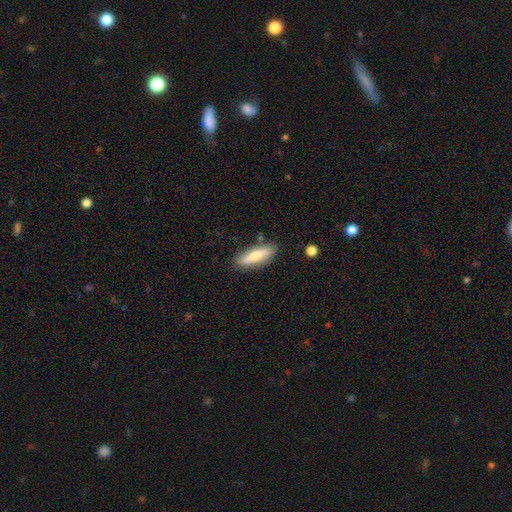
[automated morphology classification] Smooth or featured?
  - smooth: 59% *
  - featured or disk: 35%
  - star or artifact: 6%
How rounded?
  - cigar-shaped: 63% *
  - in between: 35%
  - round: 2%
Merging?
  - none: 82% *
  - minor disturbance: 12%
  - merger: 3%
  - major disturbance: 3%